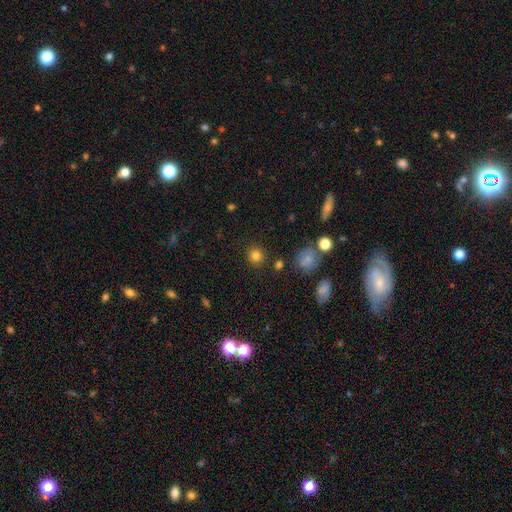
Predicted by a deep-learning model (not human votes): This is clearly a smooth galaxy (81%). How rounded: clearly round (89%). Merging: clearly none (88%).